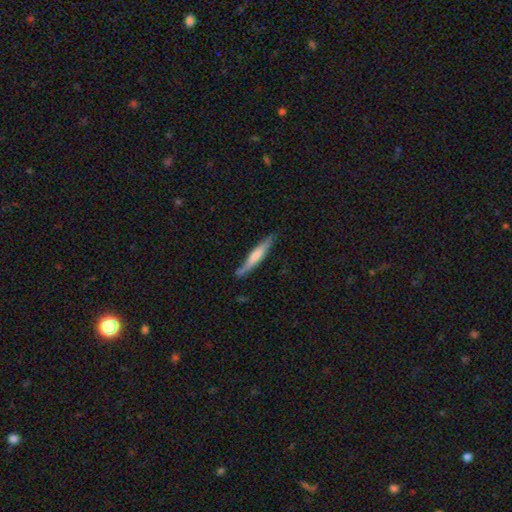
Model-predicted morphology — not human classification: The model was most divided on "smooth or featured": smooth: 54%, featured or disk: 41%, star or artifact: 5%. More confident: how rounded — cigar-shaped (91%); merging — none (74%).